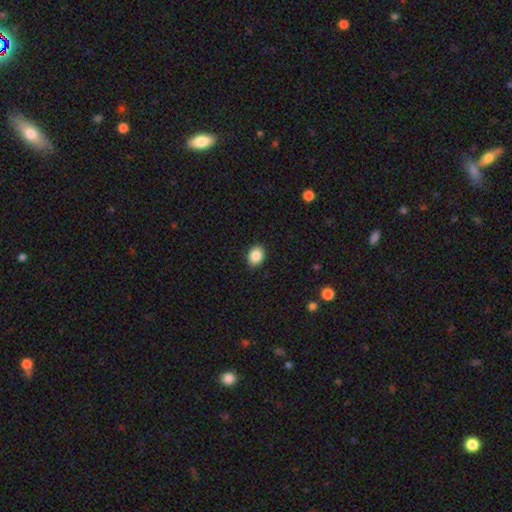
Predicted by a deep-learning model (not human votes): This appears to be a smooth galaxy with no disk features (87%) that is in between round and cigar-shaped (67%). Merging: none (90%).